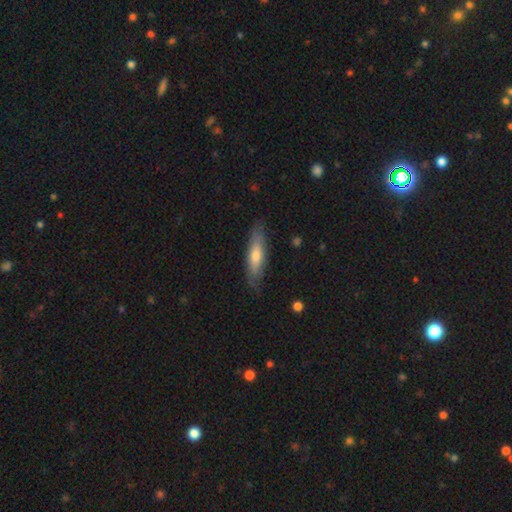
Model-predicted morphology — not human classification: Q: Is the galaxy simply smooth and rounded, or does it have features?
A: smooth — 61%.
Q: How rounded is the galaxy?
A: cigar-shaped — 66%.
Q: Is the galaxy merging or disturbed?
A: none — 81%.